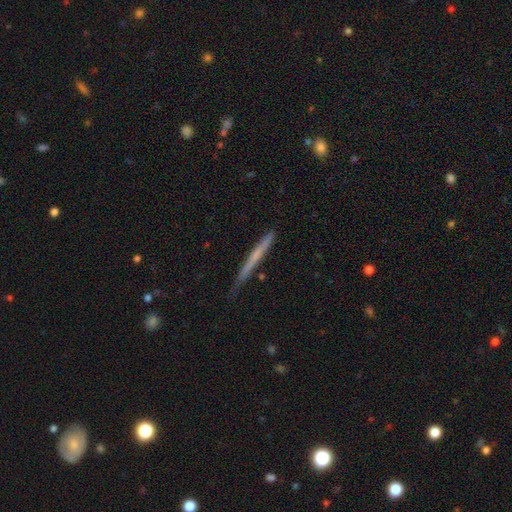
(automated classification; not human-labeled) Smooth or featured: smooth — 48% (featured or disk — 46%)
Merging: none — 78% (minor disturbance — 17%)